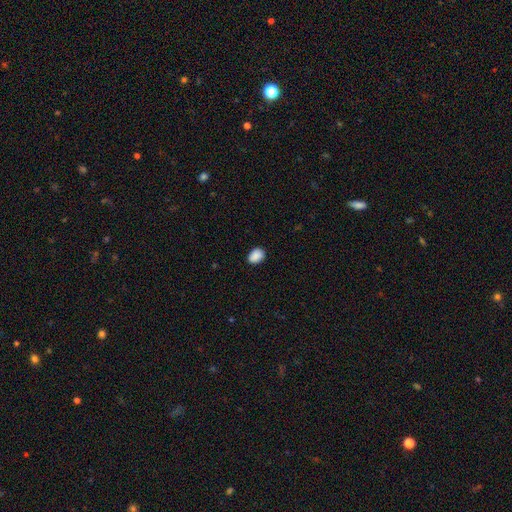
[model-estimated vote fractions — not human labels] A smooth galaxy with no disk features (89%) that is in between round and cigar-shaped (73%). Merging: none (84%).